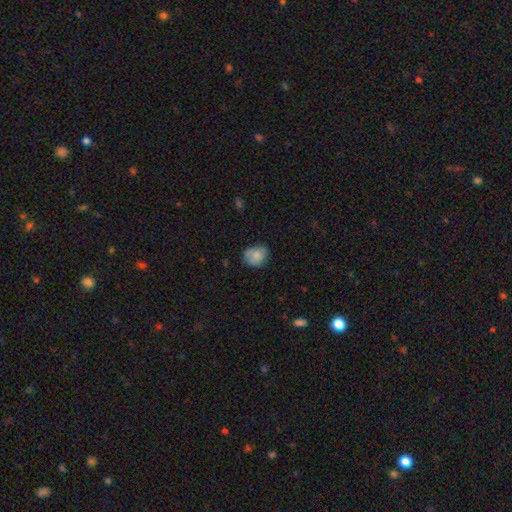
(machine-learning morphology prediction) A smooth galaxy with no disk features (72%) that is round (58%).

Vote fractions:
- Smooth or featured? smooth: 72% / featured or disk: 20% / star or artifact: 8%
- How rounded? round: 58% / in between: 41% / cigar-shaped: 1%
- Merging? none: 67% / minor disturbance: 25% / major disturbance: 6% / merger: 2%